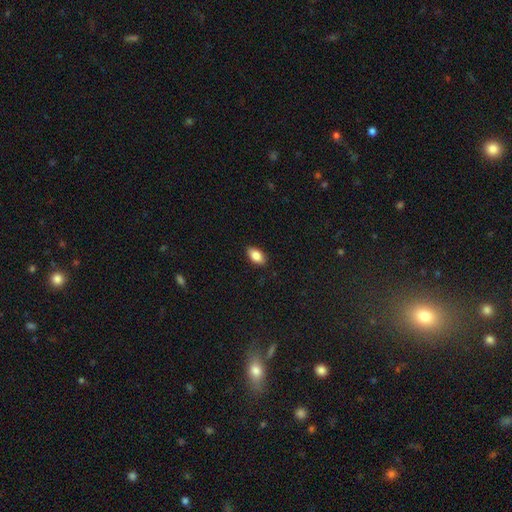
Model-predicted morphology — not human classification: type=smooth (86%); roundness=in between (92%); merging=none (89%).